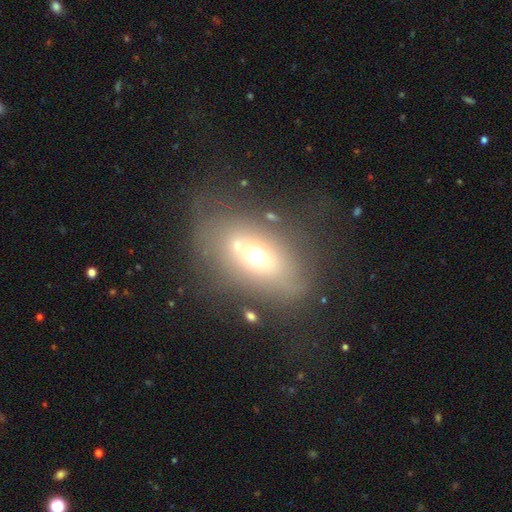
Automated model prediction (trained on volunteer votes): This is possibly a smooth galaxy (52%). How rounded: likely in between (80%). Merging: possibly none (48%).